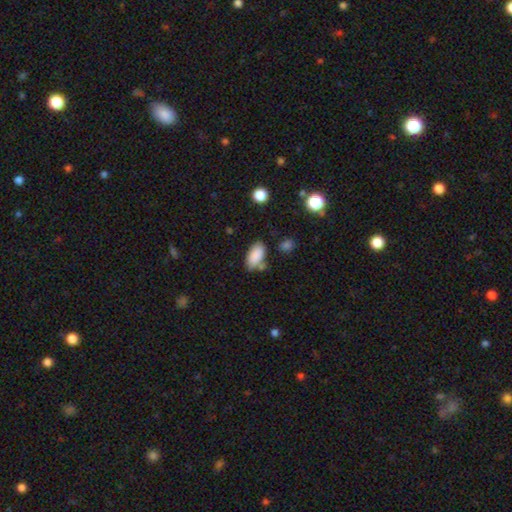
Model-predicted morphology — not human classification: smooth_or_featured: smooth (p=0.87) [alt: star or artifact p=0.08]
how_rounded: in between (p=0.93) [alt: cigar-shaped p=0.04]
merging: none (p=0.65) [alt: minor disturbance p=0.18]